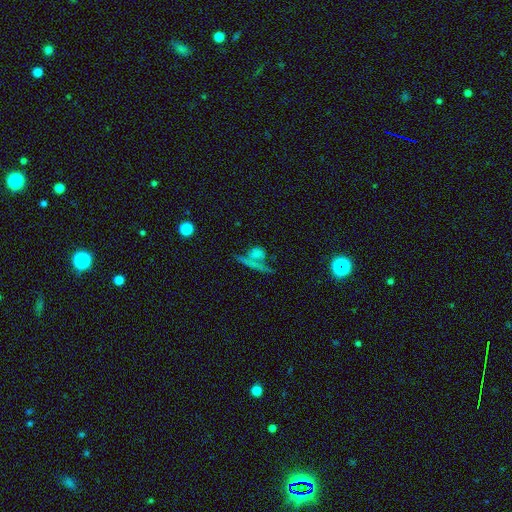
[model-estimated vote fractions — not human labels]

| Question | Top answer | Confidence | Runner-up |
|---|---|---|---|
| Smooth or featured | smooth | 54% | featured or disk (27%) |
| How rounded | round | 43% | in between (33%) |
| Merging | none | 42% | merger (34%) |